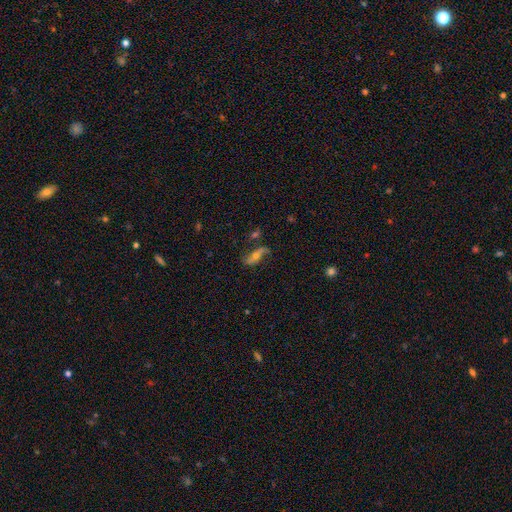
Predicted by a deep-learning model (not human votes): Smooth or featured? featured or disk (68%)
Edge-on disk? no (81%)
Bar? no (52%)
Spiral arms? yes (86%)
Bulge size? moderate (54%)
Merging? none (64%)